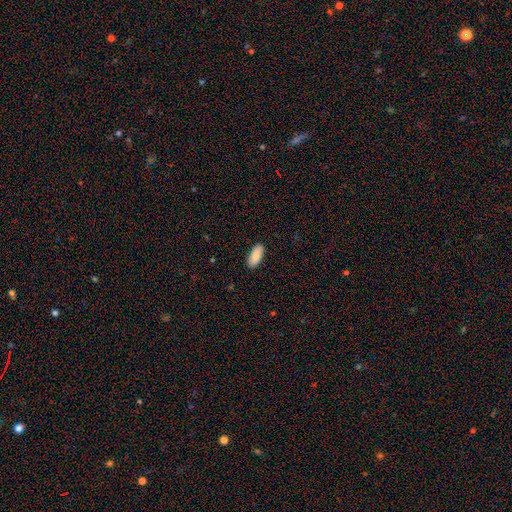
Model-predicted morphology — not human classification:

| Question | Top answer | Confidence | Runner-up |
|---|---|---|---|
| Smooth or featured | smooth | 88% | featured or disk (6%) |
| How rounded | in between | 85% | cigar-shaped (14%) |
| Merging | none | 89% | minor disturbance (8%) |